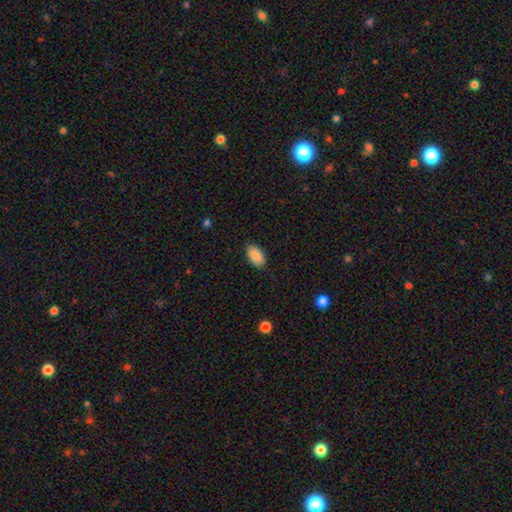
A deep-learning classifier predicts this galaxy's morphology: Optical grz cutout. It shows a smooth galaxy with no disk features (89%) that is in between round and cigar-shaped (93%). Merging: none (84%).